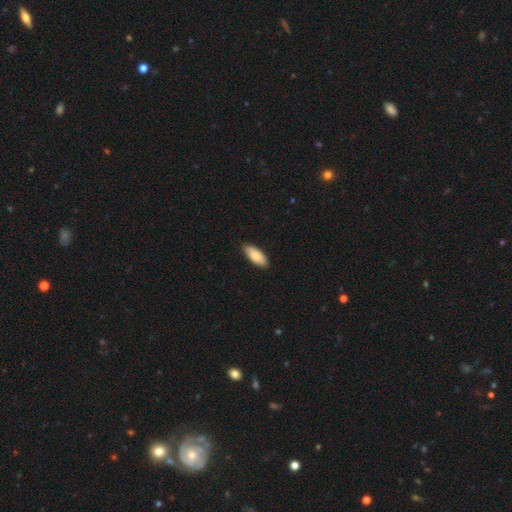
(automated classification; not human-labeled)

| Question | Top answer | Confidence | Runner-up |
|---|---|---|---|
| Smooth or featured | smooth | 86% | featured or disk (9%) |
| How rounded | in between | 80% | cigar-shaped (19%) |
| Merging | none | 87% | minor disturbance (10%) |